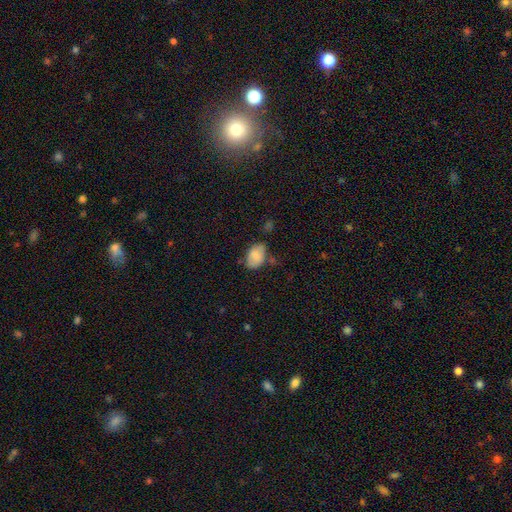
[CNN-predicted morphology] smooth-or-featured: smooth: 80% | featured or disk: 13% | star or artifact: 7%
  how-rounded: in between: 86% | round: 12% | cigar-shaped: 1%
  merging: none: 59% | minor disturbance: 28% | major disturbance: 7% | merger: 6%